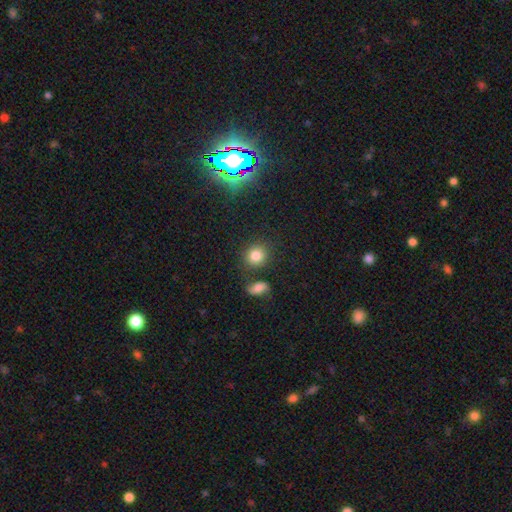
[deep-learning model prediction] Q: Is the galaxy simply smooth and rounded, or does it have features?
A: smooth — 81%.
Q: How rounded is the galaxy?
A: round — 81%.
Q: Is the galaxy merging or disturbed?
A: none — 77%.